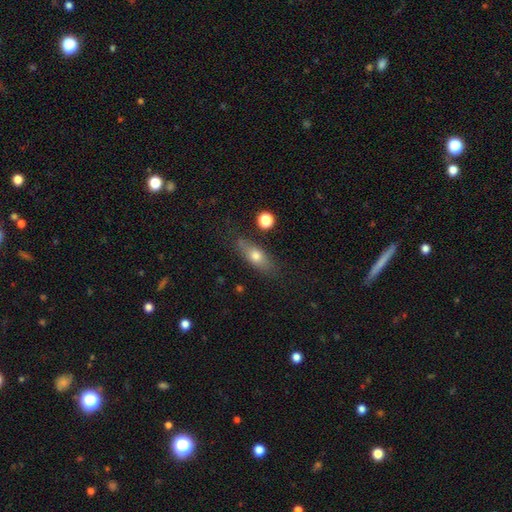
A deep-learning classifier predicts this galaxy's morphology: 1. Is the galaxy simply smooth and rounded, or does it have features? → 65% smooth, 27% featured or disk, 9% star or artifact.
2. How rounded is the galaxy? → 62% in between, 31% cigar-shaped, 7% round.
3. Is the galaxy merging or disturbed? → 74% none, 17% minor disturbance, 5% major disturbance, 4% merger.